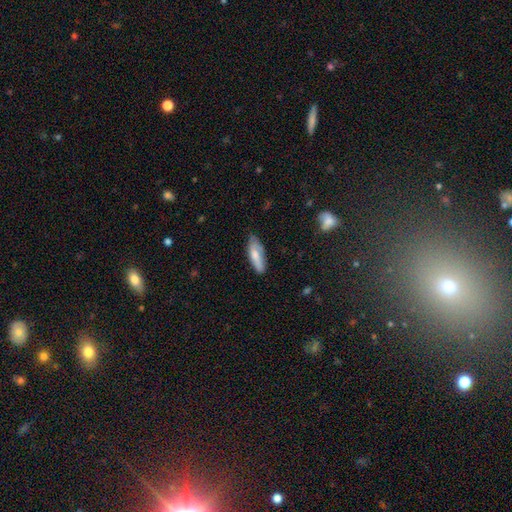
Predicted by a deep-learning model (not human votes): This is likely a smooth galaxy (72%). How rounded: possibly in between (60%). Merging: likely none (62%).